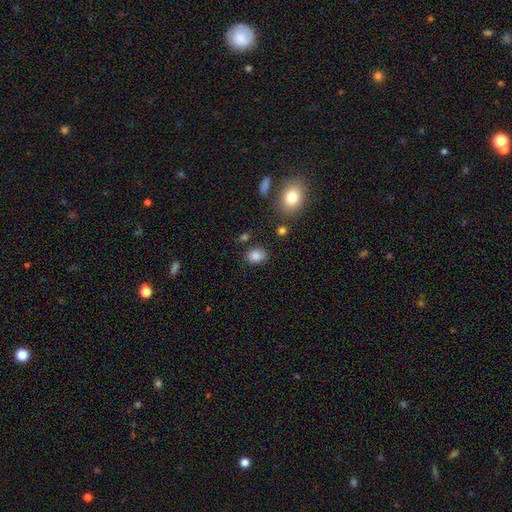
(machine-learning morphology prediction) A smooth galaxy with no disk features (85%) that is in between round and cigar-shaped (51%).

Vote fractions:
- Smooth or featured? smooth: 85% / star or artifact: 10% / featured or disk: 5%
- How rounded? in between: 51% / round: 48% / cigar-shaped: 1%
- Merging? none: 80% / minor disturbance: 13% / merger: 4% / major disturbance: 4%